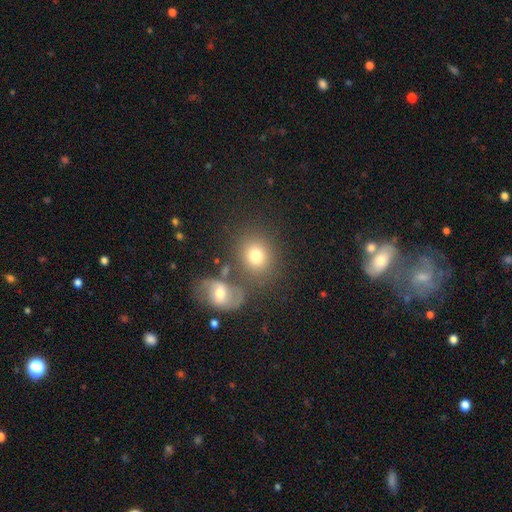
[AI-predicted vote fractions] Q: Smooth or featured?
A: smooth (75%); runner-up: featured or disk (14%)
Q: How rounded?
A: round (68%); runner-up: in between (31%)
Q: Merging?
A: none (63%); runner-up: merger (20%)